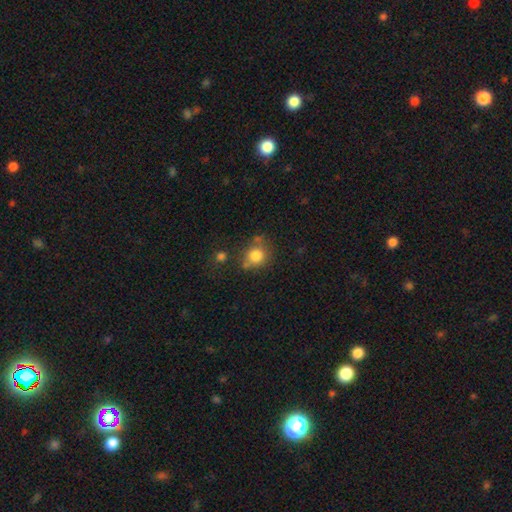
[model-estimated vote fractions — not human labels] Smooth or featured? smooth (81%)
How rounded? round (80%)
Merging? none (64%)